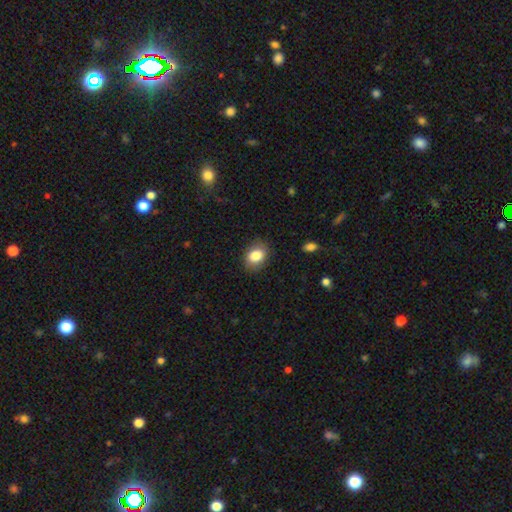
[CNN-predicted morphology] A smooth galaxy with no disk features (84%) that is in between round and cigar-shaped (68%). Merging: none (83%).